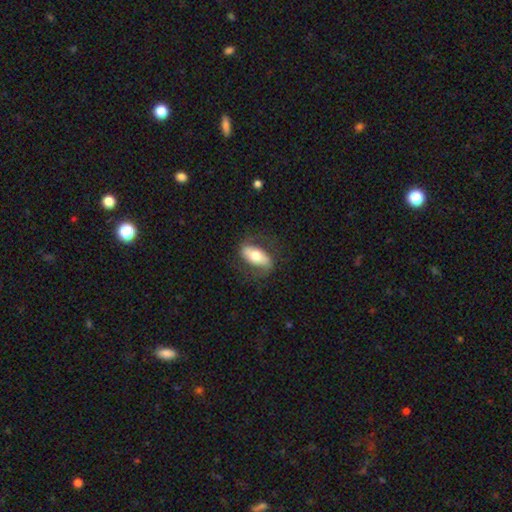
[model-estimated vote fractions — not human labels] A smooth galaxy with no disk features (49%).

Vote fractions:
- Smooth or featured? smooth: 49% / featured or disk: 45% / star or artifact: 6%
- Merging? none: 73% / minor disturbance: 17% / major disturbance: 9% / merger: 1%